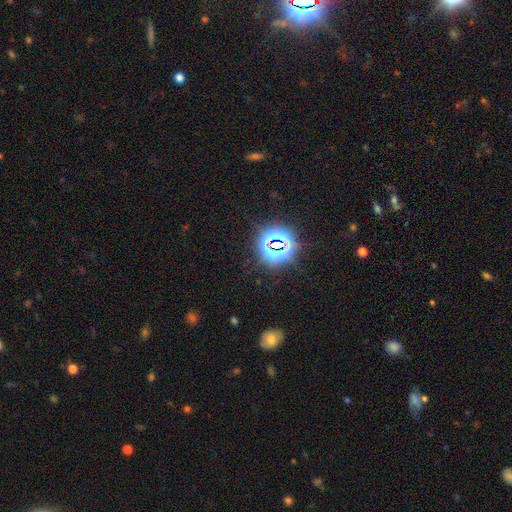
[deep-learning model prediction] Overall: star or artifact (77%).